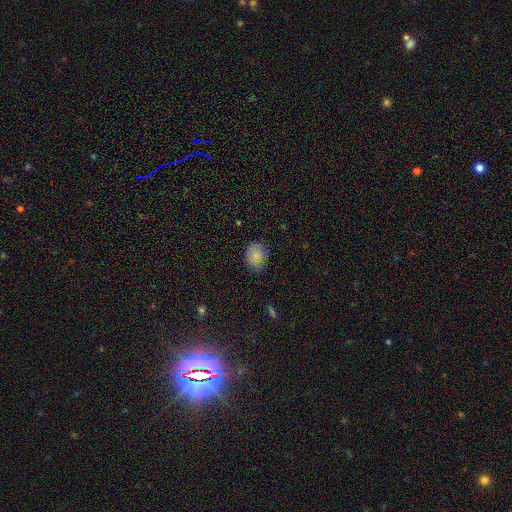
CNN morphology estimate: This is likely a smooth galaxy (74%). How rounded: possibly round (57%). Merging: likely none (76%).